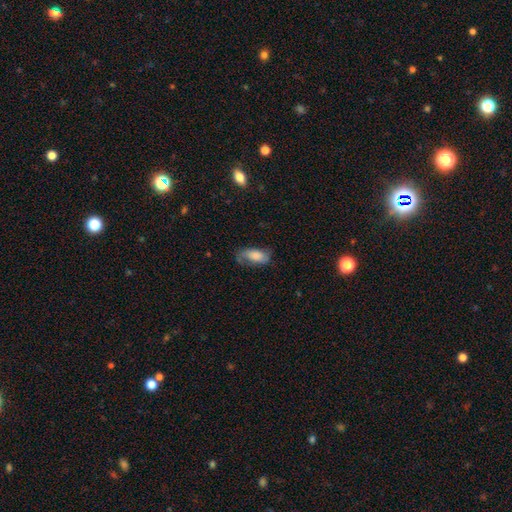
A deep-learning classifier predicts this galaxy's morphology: smooth 64%, featured or disk 28%, star or artifact 8%. Down the decision tree: how rounded — in between (88%); merging — none (55%).